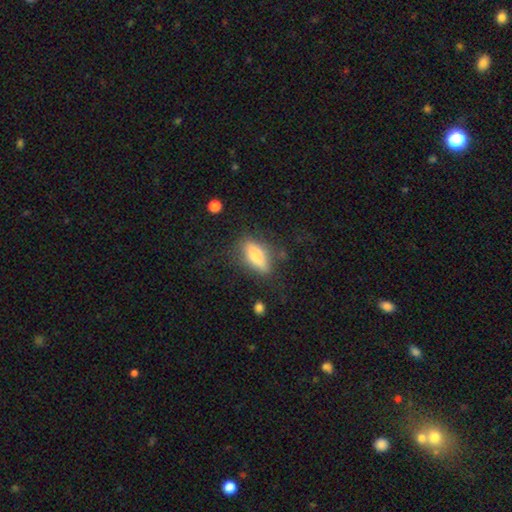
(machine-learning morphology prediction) A smooth galaxy with no disk features (71%) that is in between round and cigar-shaped (71%). Merging: none (65%).